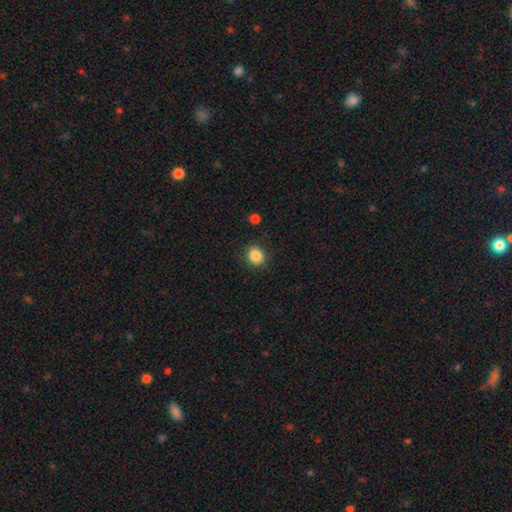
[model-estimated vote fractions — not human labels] Smooth or featured: smooth — 86% (star or artifact — 10%)
How rounded: round — 73% (in between — 26%)
Merging: none — 87% (minor disturbance — 9%)